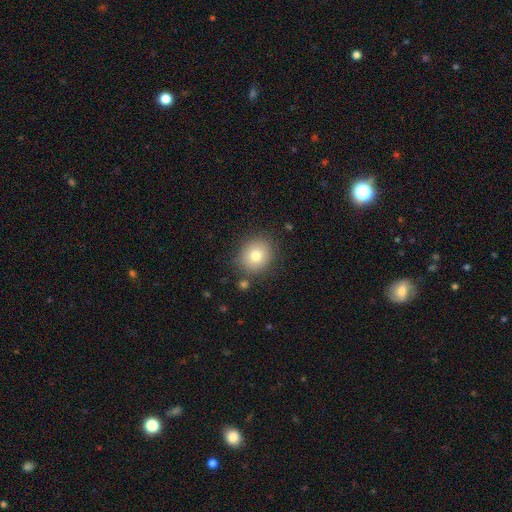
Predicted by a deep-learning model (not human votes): Smooth or featured? smooth (77%)
How rounded? round (79%)
Merging? none (84%)